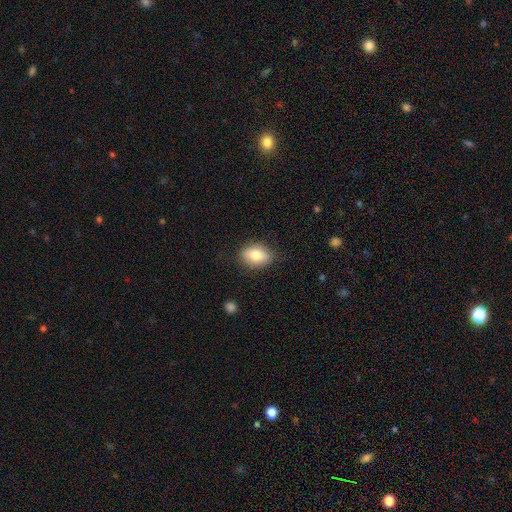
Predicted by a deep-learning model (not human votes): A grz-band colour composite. It shows a smooth galaxy with no disk features (80%) that is in between round and cigar-shaped (79%). Merging: none (83%).